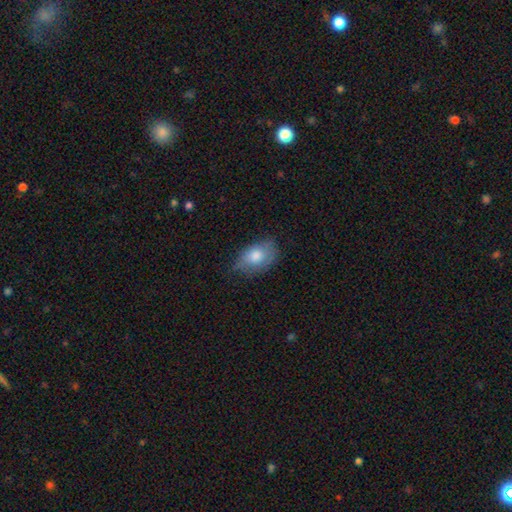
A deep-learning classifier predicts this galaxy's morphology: smooth_or_featured: smooth (p=0.72) [alt: featured or disk p=0.20]
how_rounded: in between (p=0.86) [alt: round p=0.13]
merging: none (p=0.56) [alt: minor disturbance p=0.34]